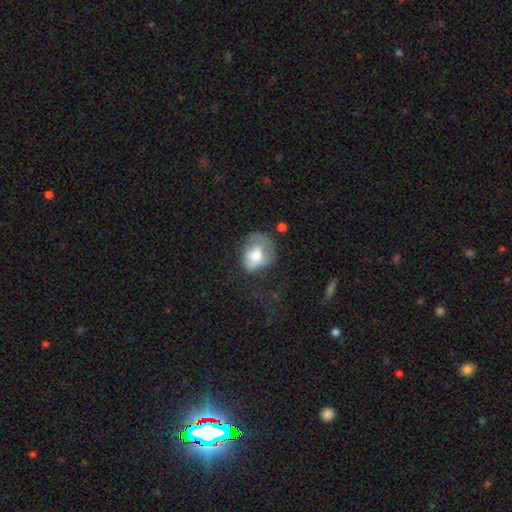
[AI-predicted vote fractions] Smooth or featured? Predicted: smooth (p=0.58). How rounded? Predicted: in between (p=0.58). Merging? Predicted: major disturbance (p=0.37).